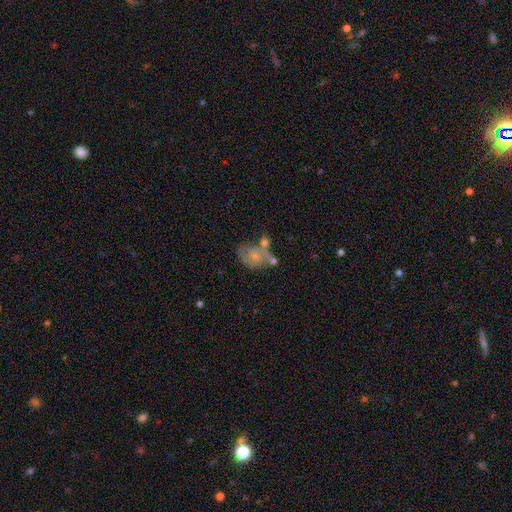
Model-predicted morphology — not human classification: featured or disk 60%, smooth 31%, star or artifact 9%. Down the decision tree: edge-on disk — no (97%); bar — no (64%); spiral arms — yes (78%); bulge size — small (58%); merging — none (35%).